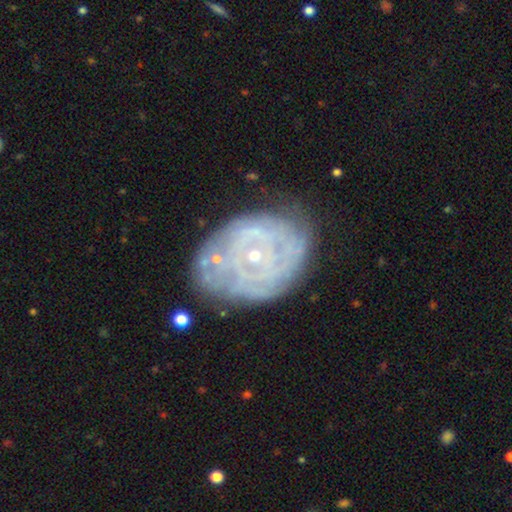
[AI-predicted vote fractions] A featured or disk galaxy (79%) with no bar (75%), tight (78%) spiral arms (81%) and a small central bulge (83%). Merging: none (66%).